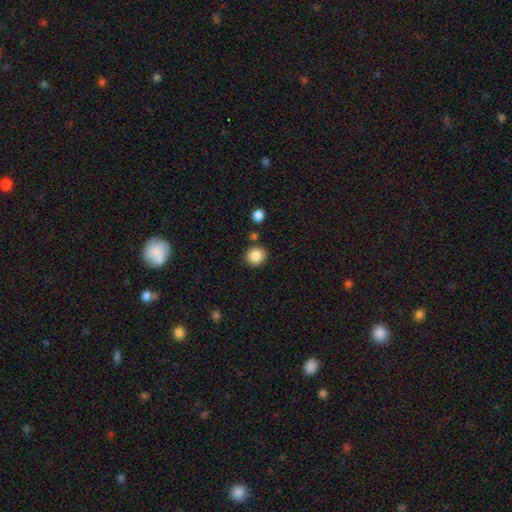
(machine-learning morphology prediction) This is clearly a smooth galaxy (86%). How rounded: clearly round (88%). Merging: clearly none (84%).